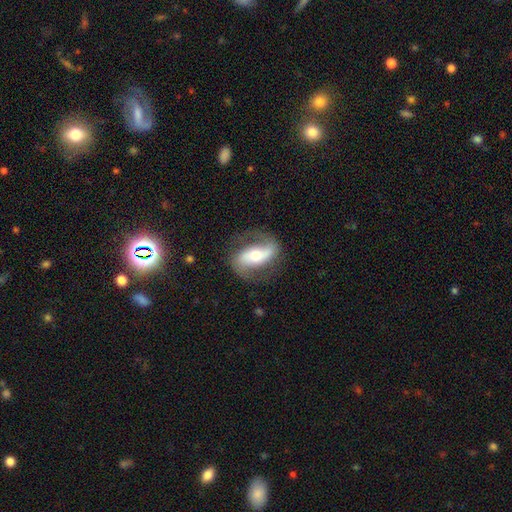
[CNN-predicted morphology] smooth-or-featured: featured or disk: 78% | smooth: 16% | star or artifact: 6%
  disk-edge-on: no: 94% | yes: 6%
    bar: strong: 48% | no: 27% | weak: 25%
    has-spiral-arms: yes: 91% | no: 9%
      spiral-winding: loose: 43% | medium: 40% | tight: 17%
      spiral-arm-count: 2: 89% | 1: 5% | can't tell: 4% | 3: 1% | 4: 1% | more than 4: 1%
    bulge-size: moderate: 59% | small: 28% | large: 10% | dominant: 2% | none: 1%
  merging: none: 75% | minor disturbance: 15% | major disturbance: 9% | merger: 1%